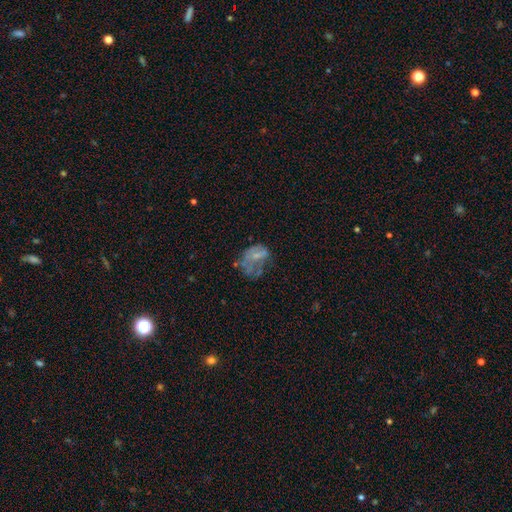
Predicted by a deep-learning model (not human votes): The model was most divided on "smooth or featured": featured or disk: 47%, smooth: 39%, star or artifact: 14%. Remaining: merging — major disturbance (40%).